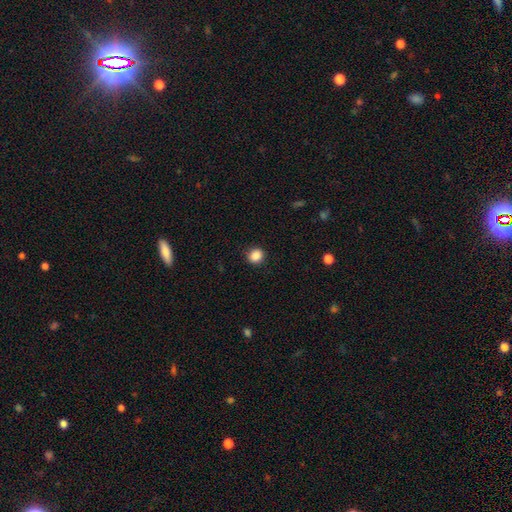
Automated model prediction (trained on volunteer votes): Overall: smooth (87%). How rounded: round (81%). Merging: none (88%).